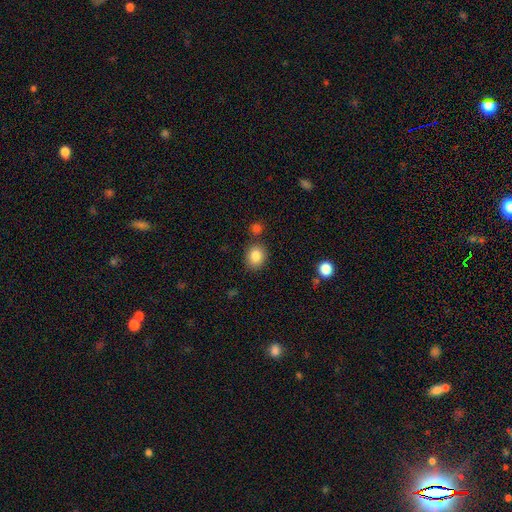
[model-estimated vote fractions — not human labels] The model was most divided on "how rounded": round: 59%, in between: 40%, cigar-shaped: 1%. More confident: smooth or featured — smooth (85%); merging — none (79%).